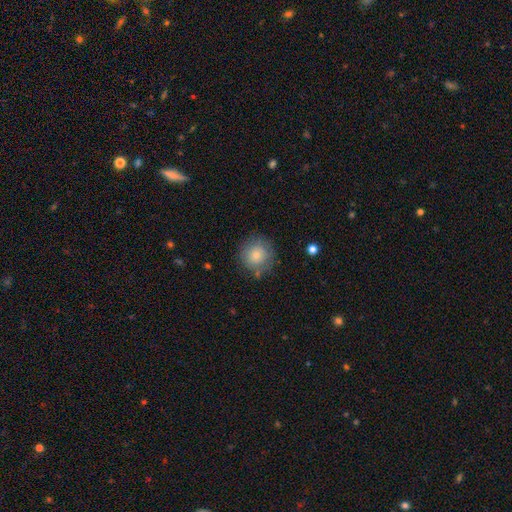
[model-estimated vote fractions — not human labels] Morphology: type=smooth (75%); roundness=round (93%); merging=none (80%).